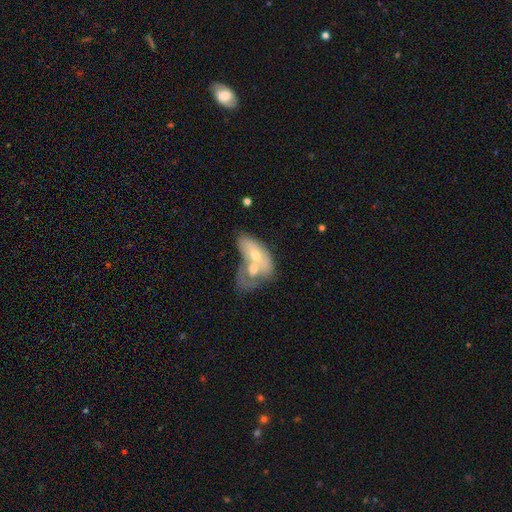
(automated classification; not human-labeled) This appears to be a featured or disk galaxy (48%). Merging: merger (73%).